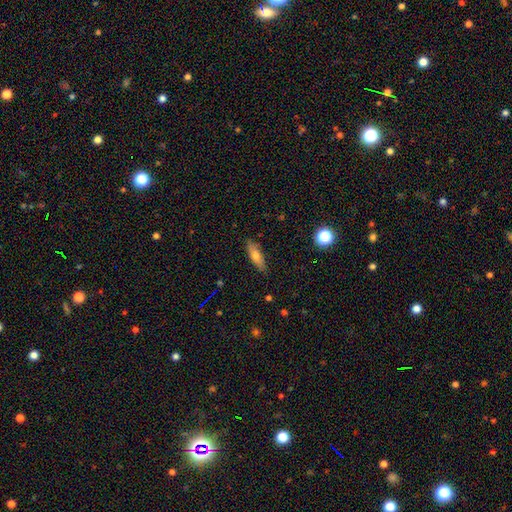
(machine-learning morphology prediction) smooth-or-featured: smooth: 62% | featured or disk: 31% | star or artifact: 8%
  how-rounded: cigar-shaped: 52% | in between: 45% | round: 3%
  merging: none: 86% | minor disturbance: 11% | major disturbance: 2% | merger: 1%